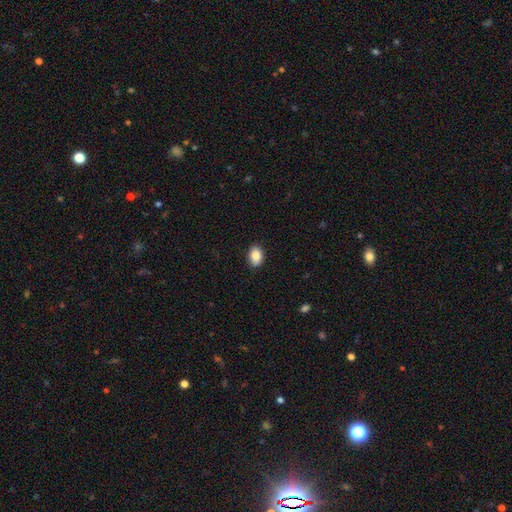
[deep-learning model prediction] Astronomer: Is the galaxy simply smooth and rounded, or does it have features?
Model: smooth — 88%.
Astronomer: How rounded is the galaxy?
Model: in between — 83%.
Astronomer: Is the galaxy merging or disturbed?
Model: none — 89%.